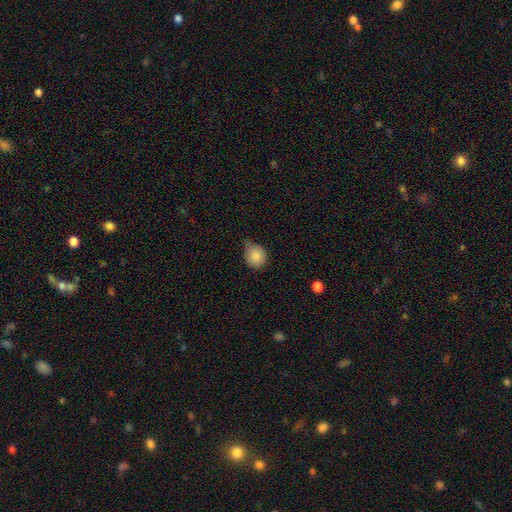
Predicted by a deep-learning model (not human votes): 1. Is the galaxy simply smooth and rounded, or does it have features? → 86% smooth, 9% star or artifact, 5% featured or disk.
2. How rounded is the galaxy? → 76% round, 23% in between, 1% cigar-shaped.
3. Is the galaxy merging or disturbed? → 53% none, 39% minor disturbance, 6% major disturbance, 2% merger.